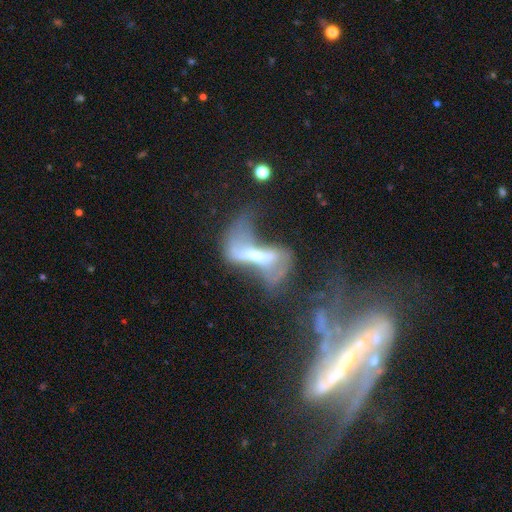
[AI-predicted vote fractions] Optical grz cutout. It shows a featured or disk galaxy (61%) with a strong bar (39%), no spiral arms (63%) and a moderate central bulge (36%). Merging: merger (42%).